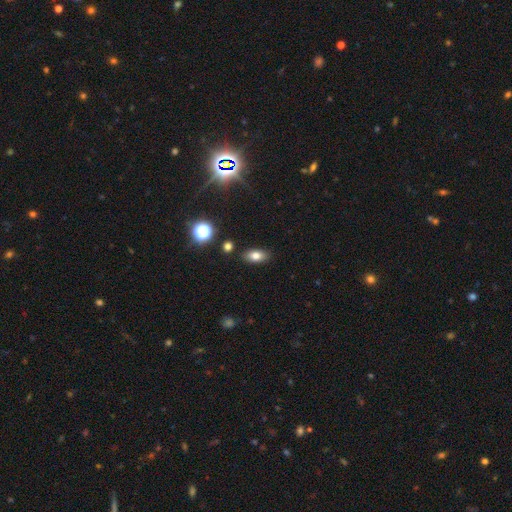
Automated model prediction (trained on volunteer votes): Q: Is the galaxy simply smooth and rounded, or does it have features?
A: smooth — 77%.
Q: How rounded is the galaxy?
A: in between — 86%.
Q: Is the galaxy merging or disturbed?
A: none — 86%.